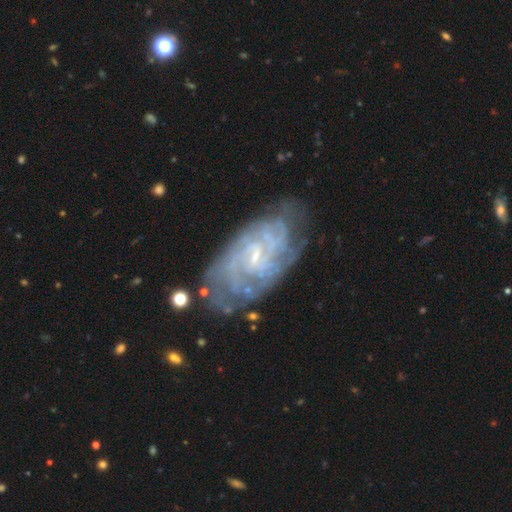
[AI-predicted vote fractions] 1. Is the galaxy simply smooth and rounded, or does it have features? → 84% featured or disk, 10% smooth, 7% star or artifact.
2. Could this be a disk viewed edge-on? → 95% no, 5% yes.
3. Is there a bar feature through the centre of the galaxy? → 48% weak, 40% no, 12% strong.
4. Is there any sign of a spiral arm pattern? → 93% yes, 7% no.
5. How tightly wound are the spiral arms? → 65% tight, 28% medium, 7% loose.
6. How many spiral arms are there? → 45% can't tell, 17% 4, 11% 2, 11% 3, 10% more than 4, 6% 1.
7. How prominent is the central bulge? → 75% small, 14% moderate, 9% none, 1% large, 1% dominant.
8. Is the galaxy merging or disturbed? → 69% none, 20% minor disturbance, 9% major disturbance, 3% merger.